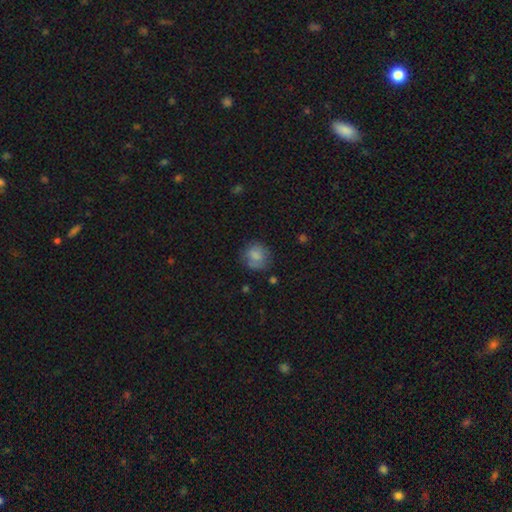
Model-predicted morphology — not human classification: The model was most divided on "merging": none: 68%, minor disturbance: 21%, major disturbance: 8%, merger: 3%. More confident: how rounded — round (80%); smooth or featured — smooth (77%).